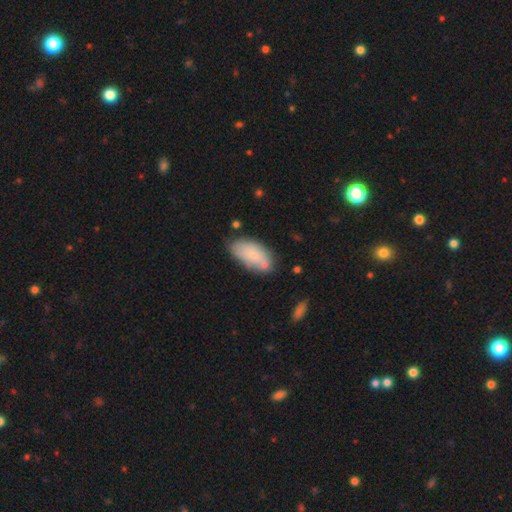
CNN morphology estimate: Smooth or featured: smooth — 74% (featured or disk — 19%)
How rounded: in between — 92% (cigar-shaped — 5%)
Merging: none — 64% (minor disturbance — 21%)